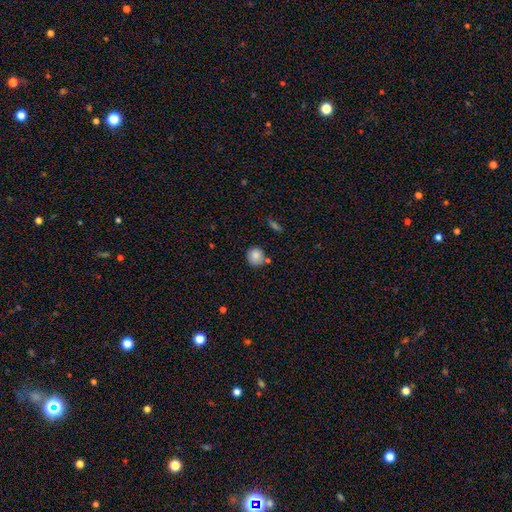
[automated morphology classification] Smooth or featured: smooth — 85% (star or artifact — 8%)
How rounded: round — 88% (in between — 11%)
Merging: none — 73% (minor disturbance — 15%)